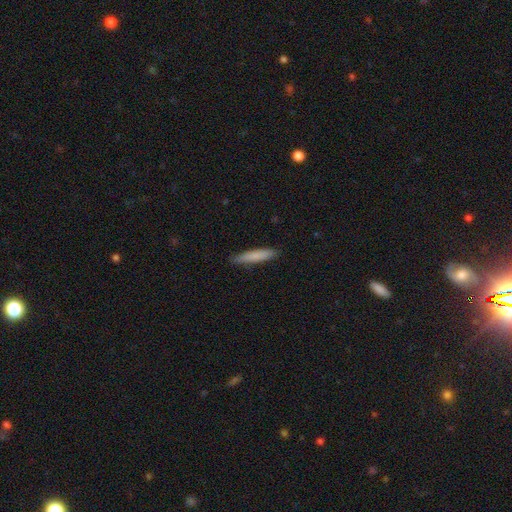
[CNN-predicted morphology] Q: Smooth or featured?
A: smooth (80%); runner-up: featured or disk (14%)
Q: How rounded?
A: cigar-shaped (91%); runner-up: in between (8%)
Q: Merging?
A: none (87%); runner-up: minor disturbance (10%)